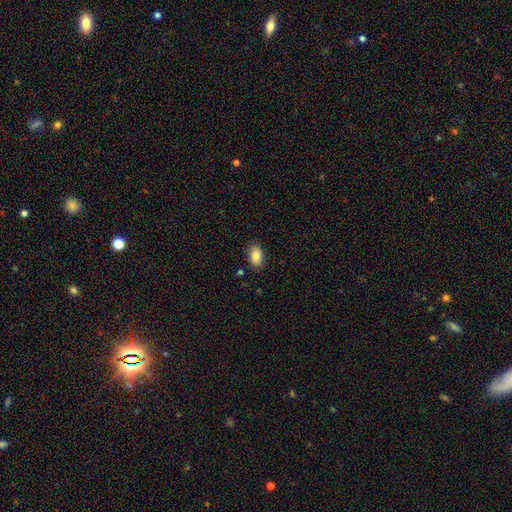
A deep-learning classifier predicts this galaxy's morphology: smooth 86%, star or artifact 8%, featured or disk 7%. Down the decision tree: how rounded — in between (90%); merging — none (86%).